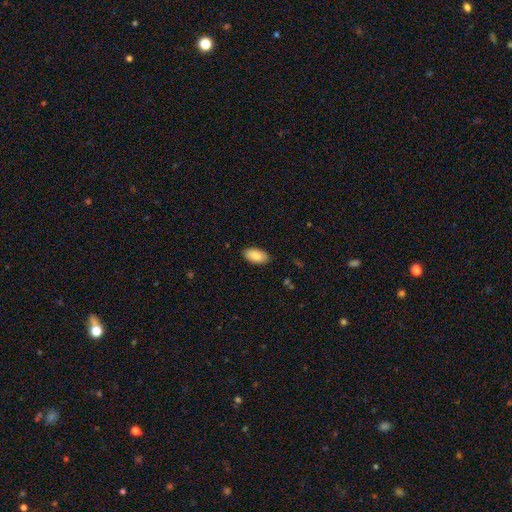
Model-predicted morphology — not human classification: type=smooth (87%); roundness=in between (95%); merging=none (87%).